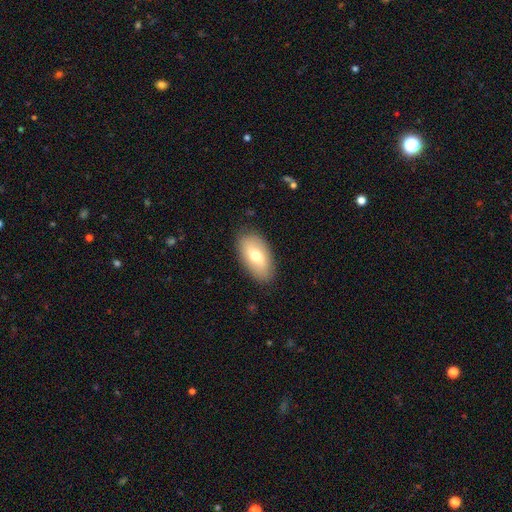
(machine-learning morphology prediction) Q: Smooth or featured?
A: smooth (68%); runner-up: featured or disk (26%)
Q: How rounded?
A: in between (93%); runner-up: round (4%)
Q: Merging?
A: none (85%); runner-up: minor disturbance (11%)